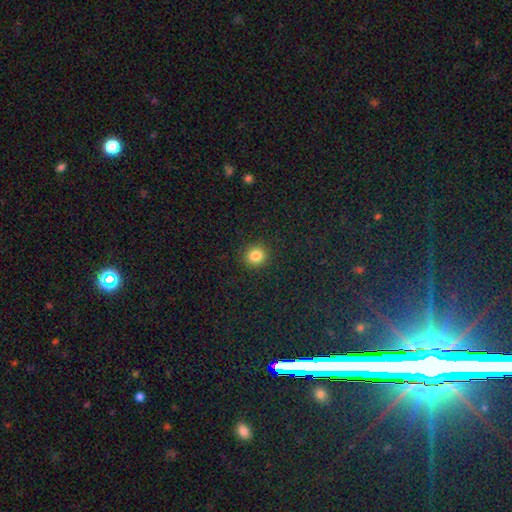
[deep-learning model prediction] This is clearly a smooth galaxy (83%). How rounded: clearly round (90%). Merging: clearly none (91%).